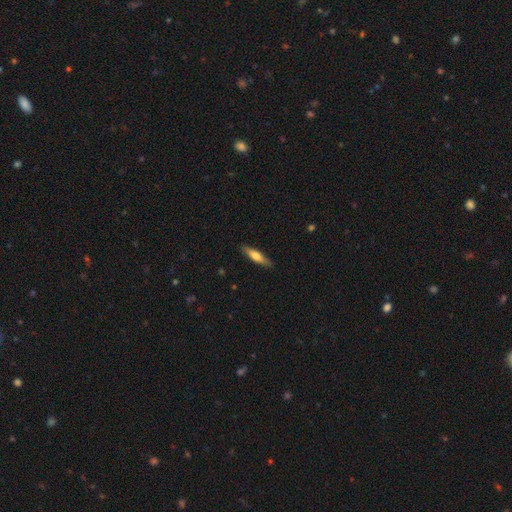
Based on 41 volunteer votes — Volunteers were most divided on "smooth or featured": smooth: 59%, featured or disk: 39%, star or artifact: 2%. More confident: merging — none (95%); how rounded — cigar-shaped (62%).